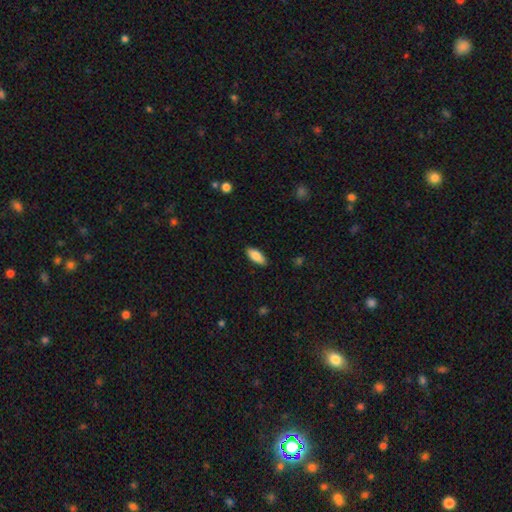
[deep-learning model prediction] Smooth or featured: smooth — 85% (featured or disk — 9%)
How rounded: in between — 81% (cigar-shaped — 17%)
Merging: none — 88% (minor disturbance — 9%)